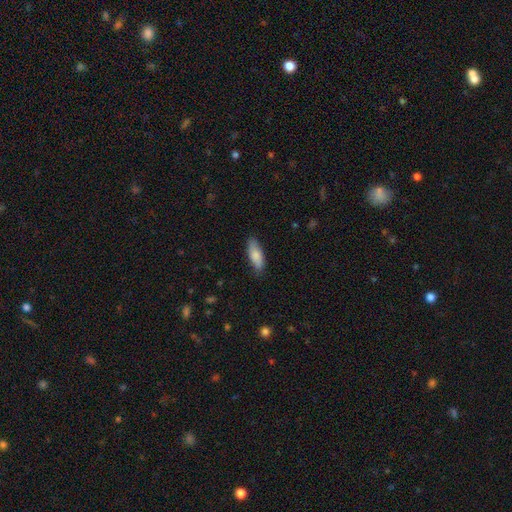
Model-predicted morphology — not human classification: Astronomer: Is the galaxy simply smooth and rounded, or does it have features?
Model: smooth — 82%.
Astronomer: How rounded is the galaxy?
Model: in between — 66%.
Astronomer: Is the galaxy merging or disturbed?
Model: none — 82%.